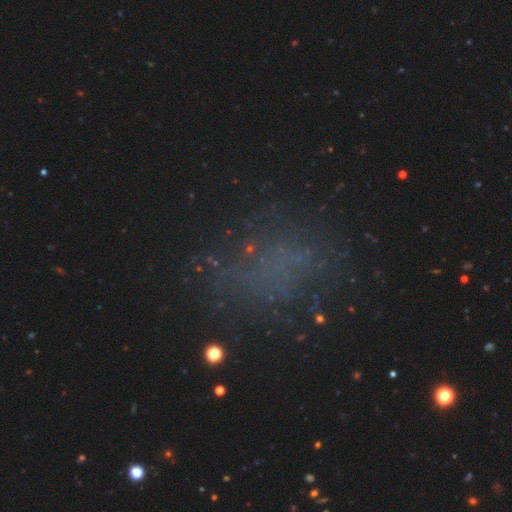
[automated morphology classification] Smooth or featured? Predicted: smooth (p=0.39). Merging? Predicted: none (p=0.62).